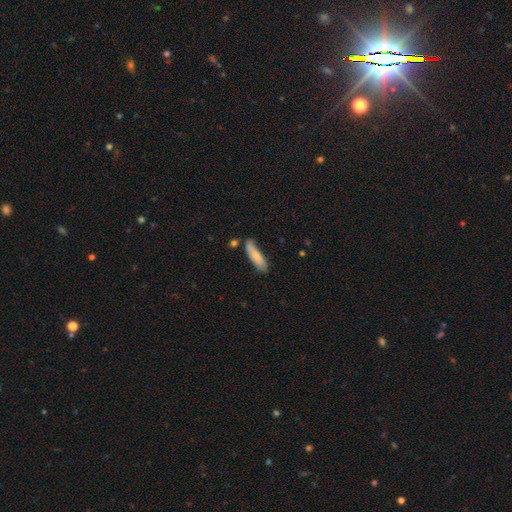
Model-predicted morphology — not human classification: Q: Smooth or featured?
A: smooth (77%); runner-up: featured or disk (17%)
Q: How rounded?
A: cigar-shaped (65%); runner-up: in between (33%)
Q: Merging?
A: none (65%); runner-up: minor disturbance (24%)